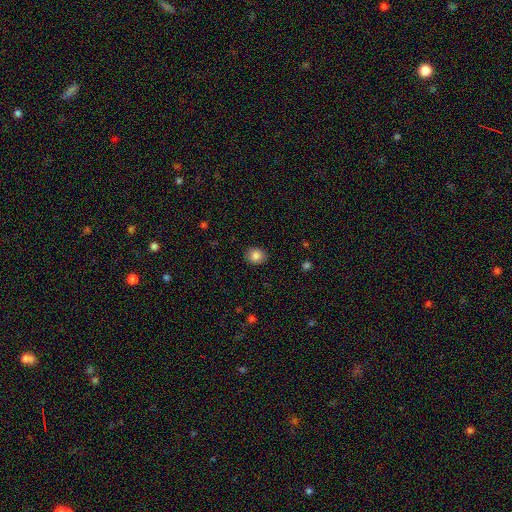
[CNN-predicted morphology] A smooth galaxy with no disk features (85%) that is round (66%).

Vote fractions:
- Smooth or featured? smooth: 85% / star or artifact: 10% / featured or disk: 5%
- How rounded? round: 66% / in between: 33% / cigar-shaped: 1%
- Merging? none: 89% / minor disturbance: 8% / major disturbance: 2% / merger: 1%